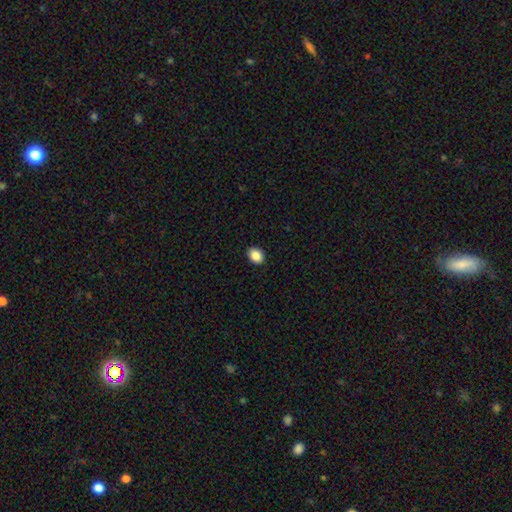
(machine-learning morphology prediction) Smooth or featured?
  - smooth: 88% *
  - star or artifact: 8%
  - featured or disk: 3%
How rounded?
  - in between: 63% *
  - round: 36%
  - cigar-shaped: 1%
Merging?
  - none: 90% *
  - minor disturbance: 7%
  - major disturbance: 2%
  - merger: 1%